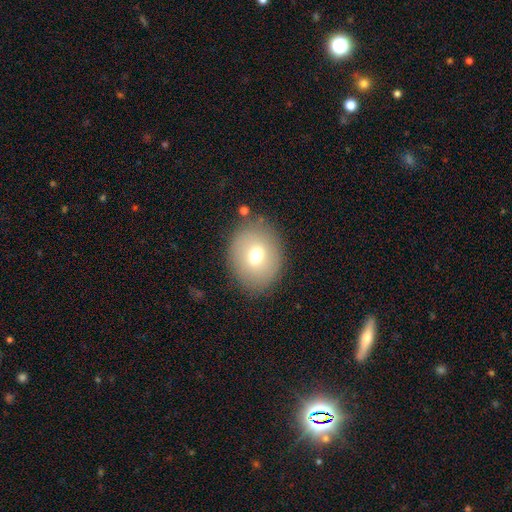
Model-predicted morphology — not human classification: smooth_or_featured: smooth (p=0.67) [alt: featured or disk p=0.21]
how_rounded: round (p=0.53) [alt: in between p=0.46]
merging: none (p=0.83) [alt: minor disturbance p=0.11]